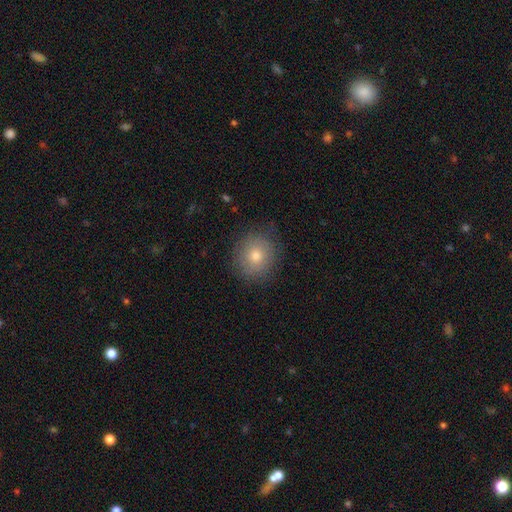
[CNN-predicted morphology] The model was most divided on "smooth or featured": smooth: 73%, featured or disk: 15%, star or artifact: 11%. More confident: how rounded — round (83%); merging — none (83%).